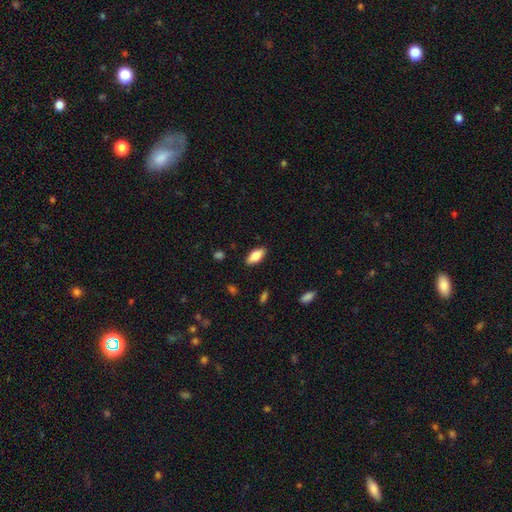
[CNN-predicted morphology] Smooth or featured? smooth (82%)
How rounded? in between (88%)
Merging? none (87%)